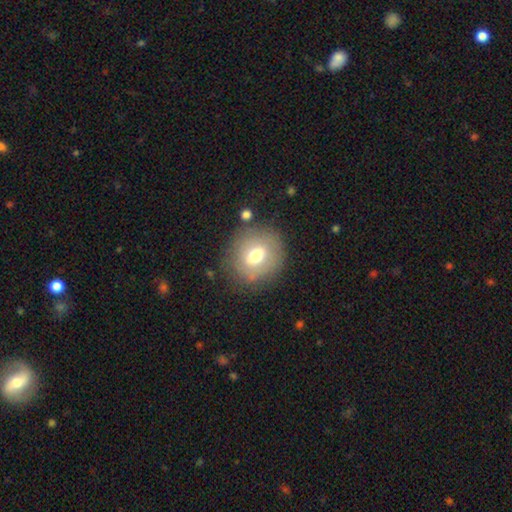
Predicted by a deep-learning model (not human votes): The model was most divided on "smooth or featured": smooth: 61%, featured or disk: 29%, star or artifact: 9%. More confident: merging — none (76%); how rounded — round (74%).